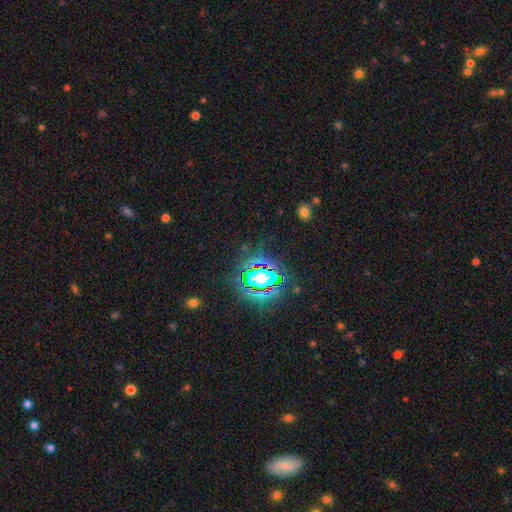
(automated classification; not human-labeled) Smooth or featured?
  - star or artifact: 82% *
  - smooth: 11%
  - featured or disk: 7%